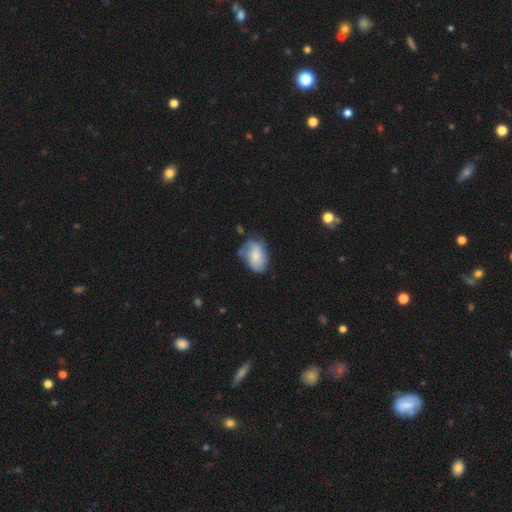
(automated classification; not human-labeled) Smooth or featured: smooth — 65% (featured or disk — 28%)
How rounded: in between — 85% (round — 14%)
Merging: none — 49% (minor disturbance — 34%)